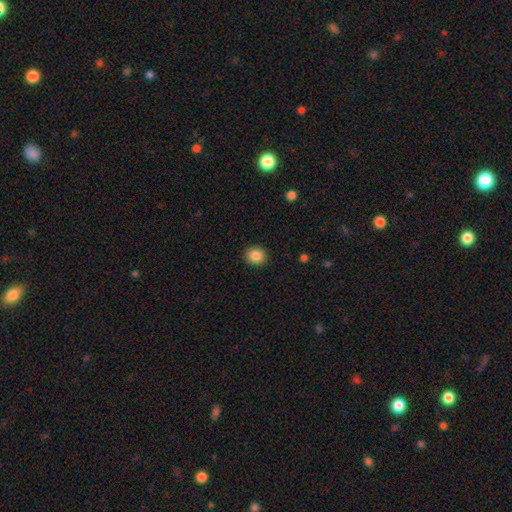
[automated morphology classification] Smooth or featured? Predicted: smooth (p=0.86). How rounded? Predicted: round (p=0.80). Merging? Predicted: none (p=0.91).